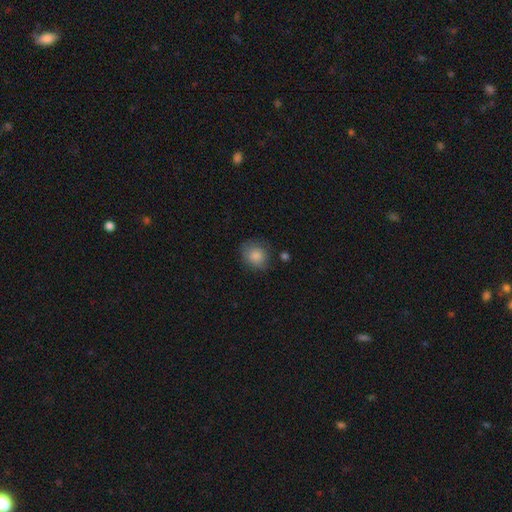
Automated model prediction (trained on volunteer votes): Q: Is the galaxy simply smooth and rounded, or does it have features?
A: smooth — 85%.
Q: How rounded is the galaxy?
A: round — 72%.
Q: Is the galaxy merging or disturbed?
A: none — 72%.